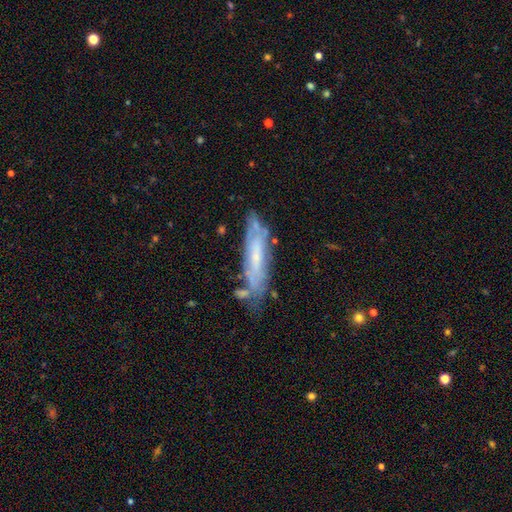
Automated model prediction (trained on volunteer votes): The model was most divided on "edge-on disk": no: 57%, yes: 43%. More confident: merging — none (66%); smooth or featured — featured or disk (60%).